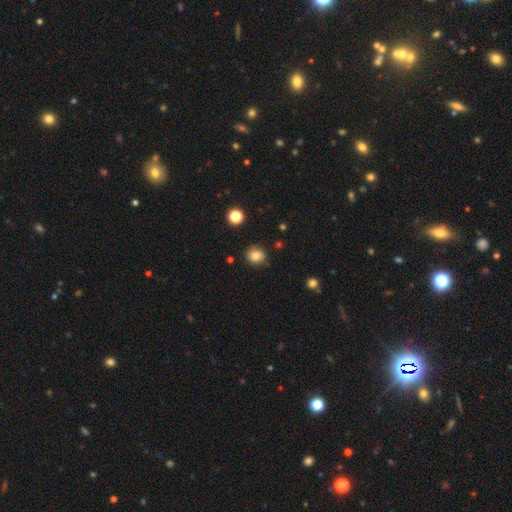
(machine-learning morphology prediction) smooth-or-featured: smooth: 81% | star or artifact: 12% | featured or disk: 7%
  how-rounded: round: 77% | in between: 22% | cigar-shaped: 1%
  merging: none: 82% | minor disturbance: 13% | major disturbance: 3% | merger: 2%